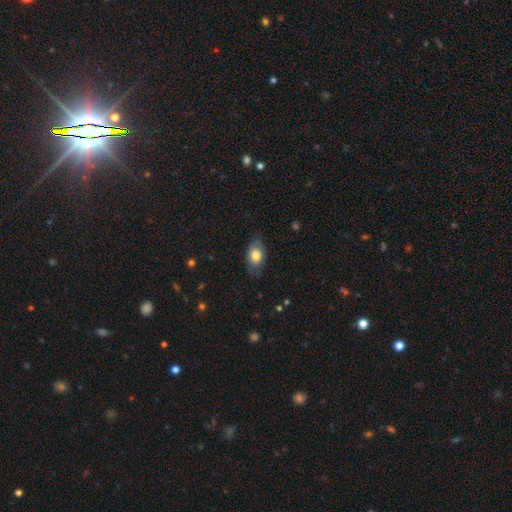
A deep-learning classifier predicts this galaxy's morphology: Smooth or featured? Predicted: smooth (p=0.67). How rounded? Predicted: in between (p=0.88). Merging? Predicted: none (p=0.72).